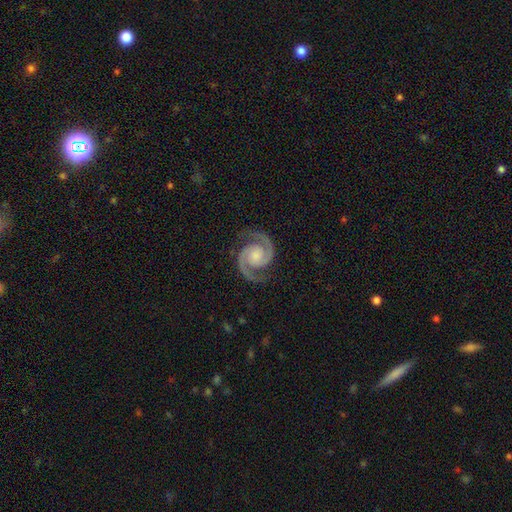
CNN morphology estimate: Overall: featured or disk (94%). Edge-on disk: no (98%). Bar: no (69%). Spiral arms: yes (99%). Spiral arm count: 2 (95%). Spiral winding: medium (51%; tight 41%). Bulge size: moderate (40%; small 30%). Merging: none (85%).